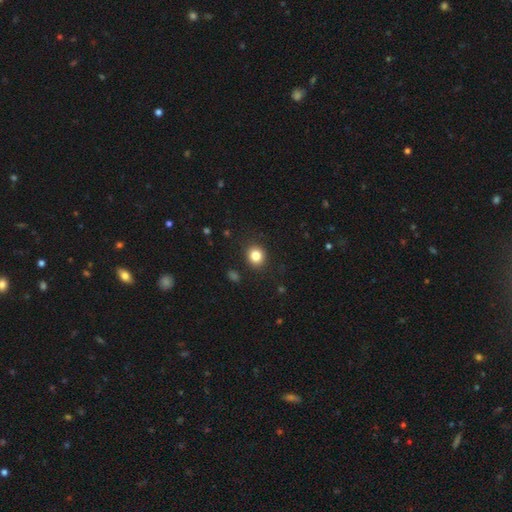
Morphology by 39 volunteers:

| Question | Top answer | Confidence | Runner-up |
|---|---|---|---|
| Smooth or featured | smooth | 85% | star or artifact (10%) |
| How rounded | round | 91% | in between (9%) |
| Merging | none | 94% | minor disturbance (6%) |